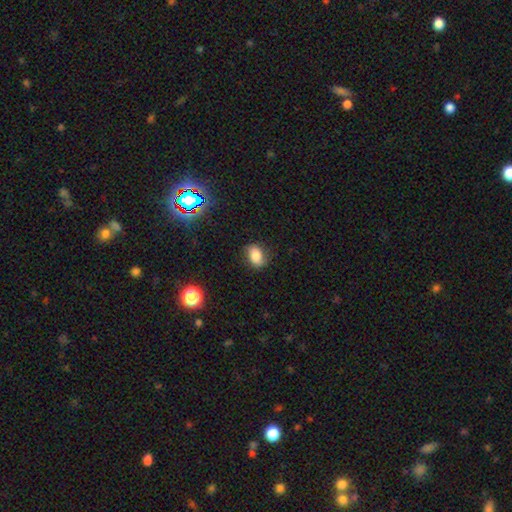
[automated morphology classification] The model was most divided on "how rounded": in between: 74%, round: 25%, cigar-shaped: 2%. More confident: merging — none (77%); smooth or featured — smooth (77%).